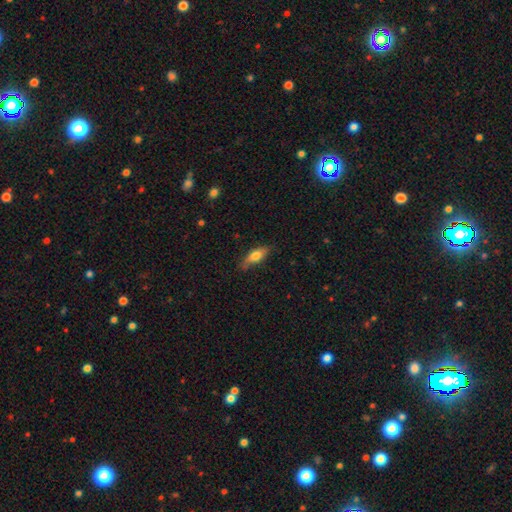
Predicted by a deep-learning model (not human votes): Smooth or featured: smooth — 68% (featured or disk — 26%)
How rounded: in between — 62% (cigar-shaped — 35%)
Merging: none — 75% (minor disturbance — 20%)